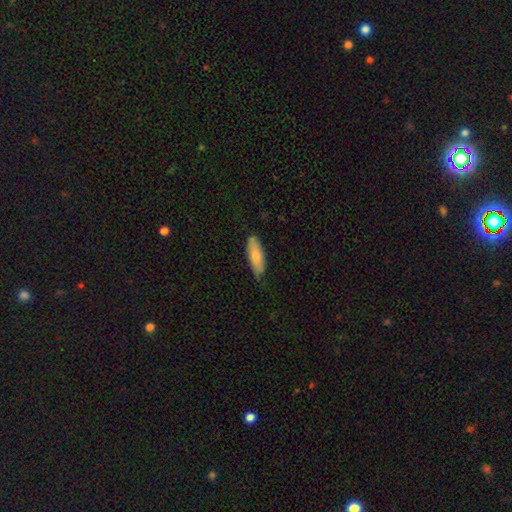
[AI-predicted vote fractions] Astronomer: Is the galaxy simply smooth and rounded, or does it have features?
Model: smooth — 80%.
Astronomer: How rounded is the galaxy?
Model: in between — 64%.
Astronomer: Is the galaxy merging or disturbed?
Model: none — 74%.